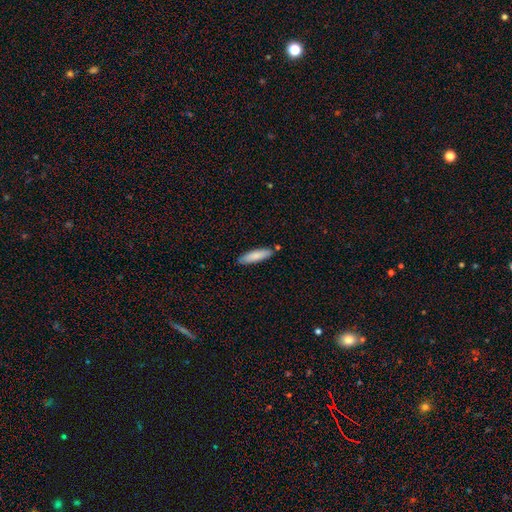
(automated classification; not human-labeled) Smooth or featured: smooth — 83% (featured or disk — 11%)
How rounded: cigar-shaped — 69% (in between — 29%)
Merging: none — 84% (minor disturbance — 10%)